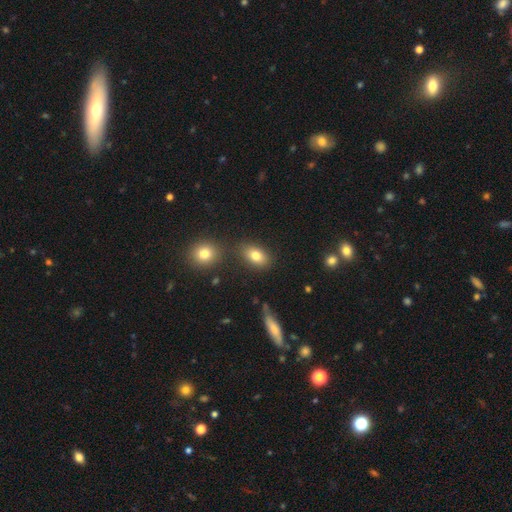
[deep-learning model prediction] smooth_or_featured: smooth (p=0.80) [alt: featured or disk p=0.10]
how_rounded: in between (p=0.84) [alt: round p=0.14]
merging: none (p=0.77) [alt: minor disturbance p=0.12]